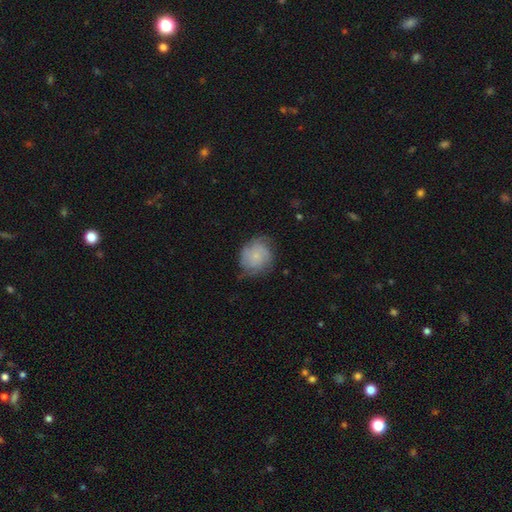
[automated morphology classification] This is possibly a smooth galaxy (52%). How rounded: likely round (78%). Merging: likely none (62%).